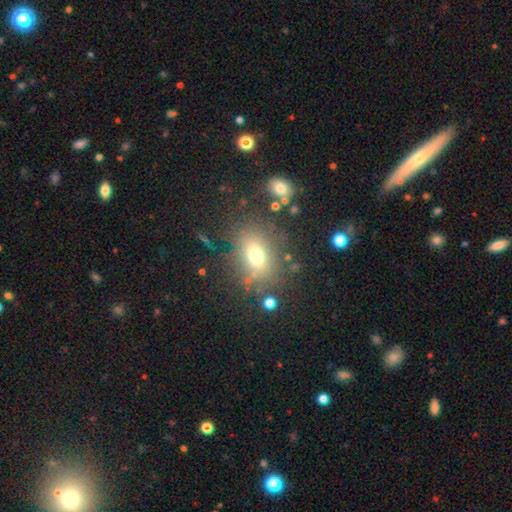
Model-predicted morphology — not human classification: Smooth or featured?
  - smooth: 70% *
  - star or artifact: 16%
  - featured or disk: 14%
How rounded?
  - in between: 63% *
  - round: 34%
  - cigar-shaped: 2%
Merging?
  - none: 76% *
  - minor disturbance: 12%
  - major disturbance: 6%
  - merger: 5%